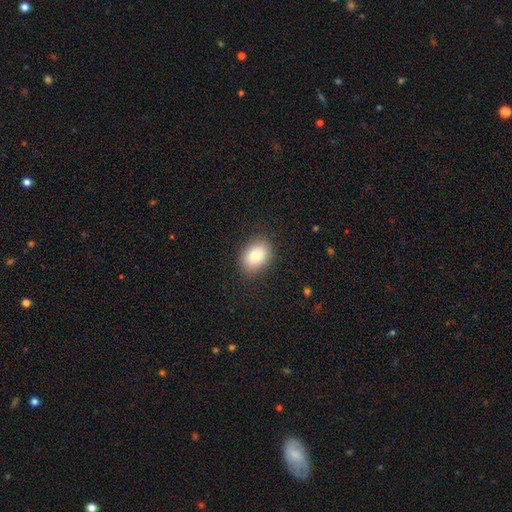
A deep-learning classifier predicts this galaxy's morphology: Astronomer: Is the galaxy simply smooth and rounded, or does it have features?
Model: smooth — 84%.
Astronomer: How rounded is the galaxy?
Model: in between — 77%.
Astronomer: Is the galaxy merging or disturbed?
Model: none — 86%.